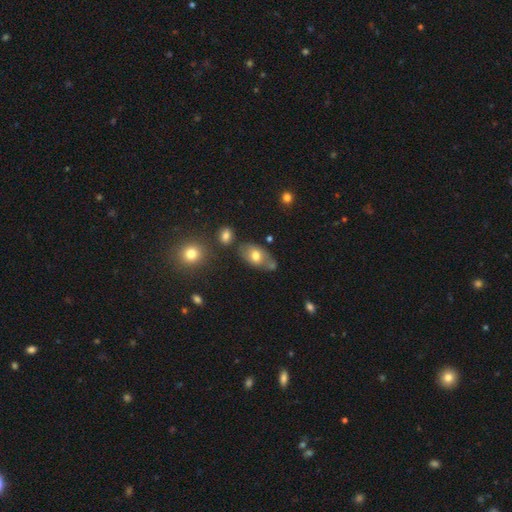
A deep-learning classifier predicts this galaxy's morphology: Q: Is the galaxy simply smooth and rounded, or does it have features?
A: smooth — 68%.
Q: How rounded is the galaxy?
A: in between — 87%.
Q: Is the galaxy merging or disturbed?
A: none — 58%.